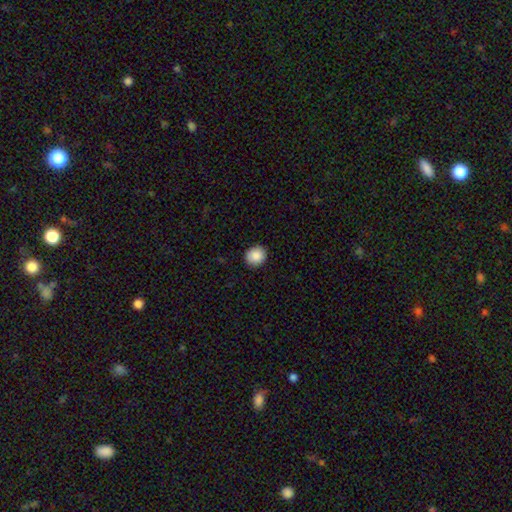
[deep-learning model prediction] smooth-or-featured: smooth: 88% | star or artifact: 8% | featured or disk: 4%
  how-rounded: round: 81% | in between: 18% | cigar-shaped: 1%
  merging: none: 91% | minor disturbance: 6% | major disturbance: 2% | merger: 1%